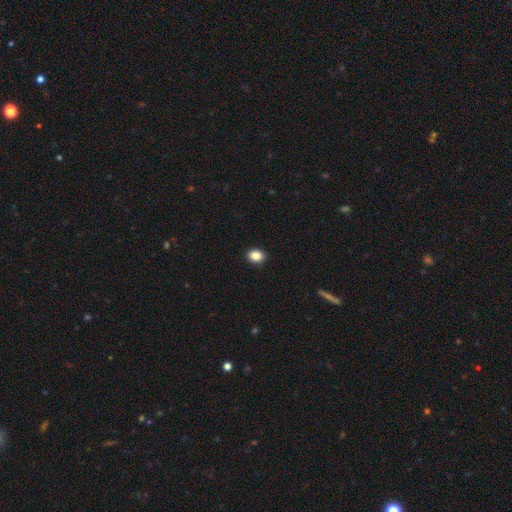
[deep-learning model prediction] This is clearly a smooth galaxy (87%). How rounded: possibly in between (56%). Merging: clearly none (91%).